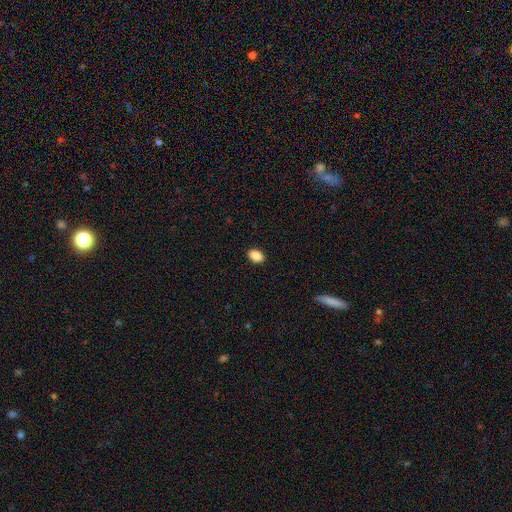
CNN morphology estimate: Smooth or featured: smooth — 89% (star or artifact — 8%)
How rounded: in between — 82% (round — 17%)
Merging: none — 90% (minor disturbance — 7%)